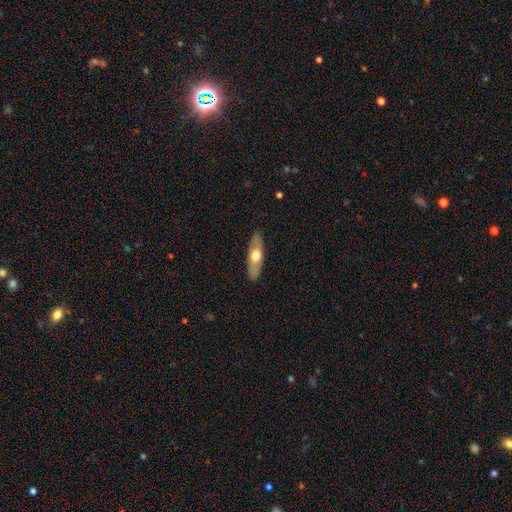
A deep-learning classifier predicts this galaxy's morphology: smooth_or_featured: smooth (p=0.53) [alt: featured or disk p=0.41]
how_rounded: in between (p=0.50) [alt: cigar-shaped p=0.47]
merging: none (p=0.88) [alt: minor disturbance p=0.09]